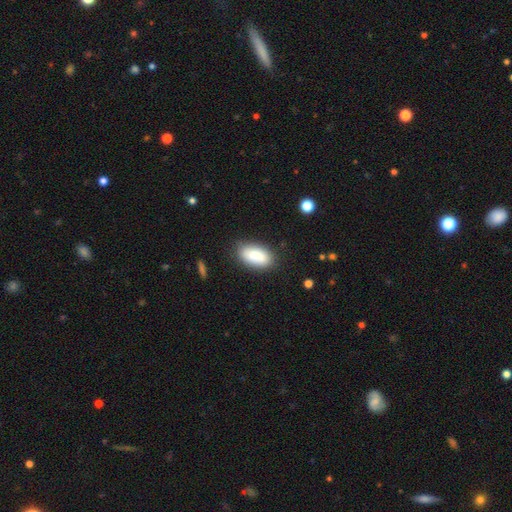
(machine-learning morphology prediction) This appears to be a smooth galaxy with no disk features (84%) that is in between round and cigar-shaped (92%). Merging: none (80%).